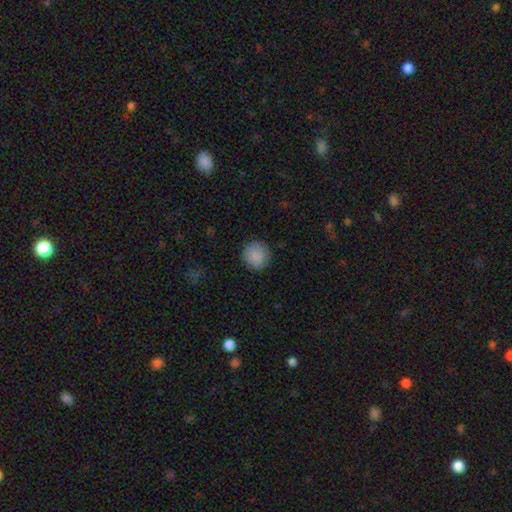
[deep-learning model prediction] Q: Smooth or featured?
A: smooth (88%); runner-up: star or artifact (8%)
Q: How rounded?
A: round (94%); runner-up: in between (5%)
Q: Merging?
A: none (89%); runner-up: minor disturbance (8%)